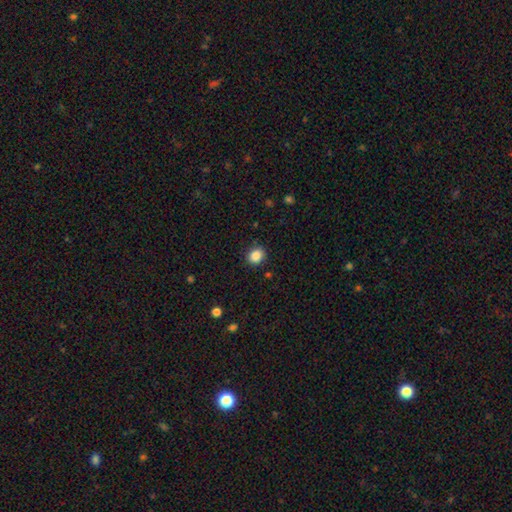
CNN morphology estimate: This appears to be a smooth galaxy with no disk features (87%) that is round (72%). Merging: none (88%).